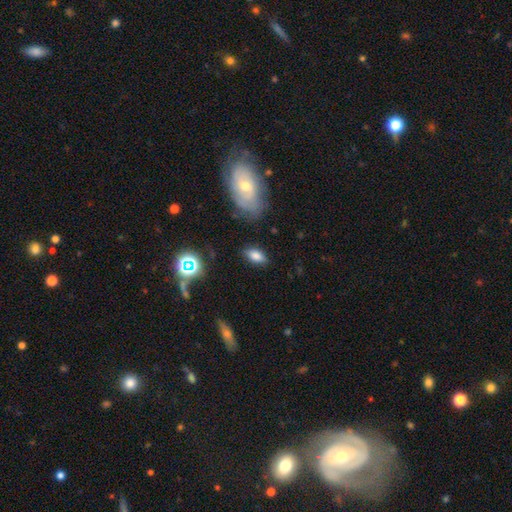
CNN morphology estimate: The model was most divided on "smooth or featured": smooth: 78%, featured or disk: 12%, star or artifact: 11%. More confident: how rounded — in between (88%); merging — none (81%).